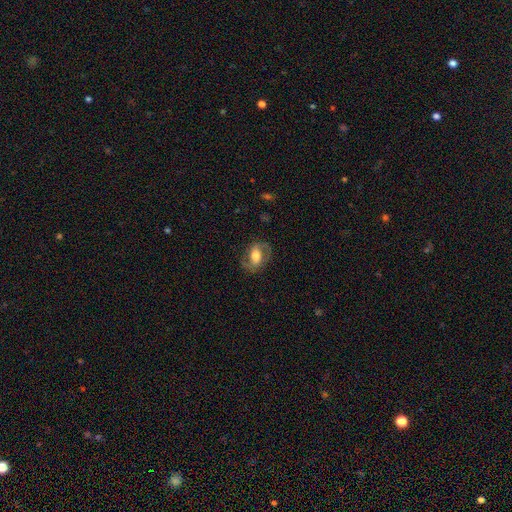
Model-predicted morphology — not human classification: This appears to be a featured or disk galaxy (60%) with a weak bar (37%), spiral arms (77%) and a moderate central bulge (51%). Merging: none (71%).